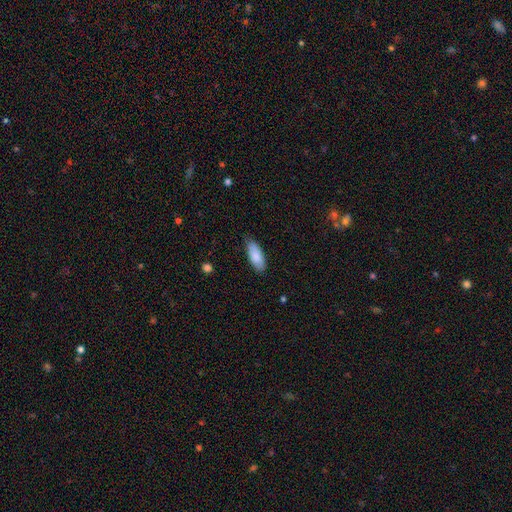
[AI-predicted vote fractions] Smooth or featured: smooth — 86% (featured or disk — 8%)
How rounded: in between — 78% (cigar-shaped — 21%)
Merging: none — 80% (minor disturbance — 16%)